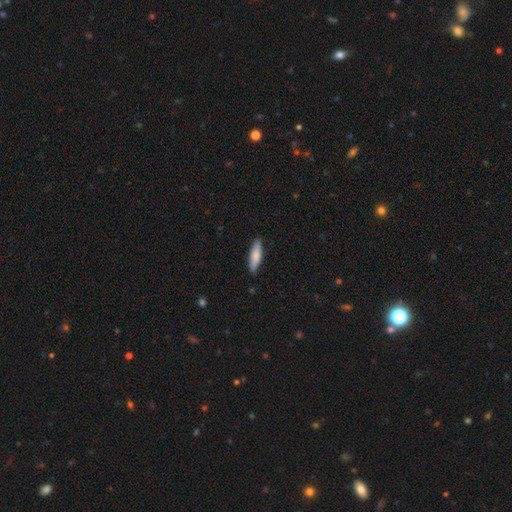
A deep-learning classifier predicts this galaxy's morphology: smooth 83%, featured or disk 12%, star or artifact 5%. Down the decision tree: how rounded — cigar-shaped (65%); merging — none (88%).